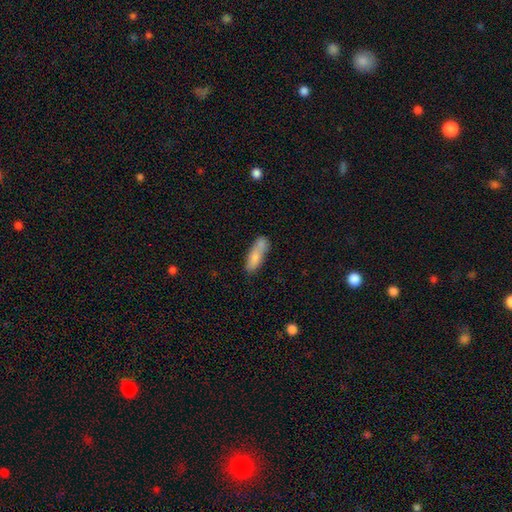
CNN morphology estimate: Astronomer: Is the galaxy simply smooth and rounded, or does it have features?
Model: smooth — 75%.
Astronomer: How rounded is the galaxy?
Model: in between — 51% (runner-up: cigar-shaped, 46%).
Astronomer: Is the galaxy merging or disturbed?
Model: none — 48% (runner-up: merger, 28%).